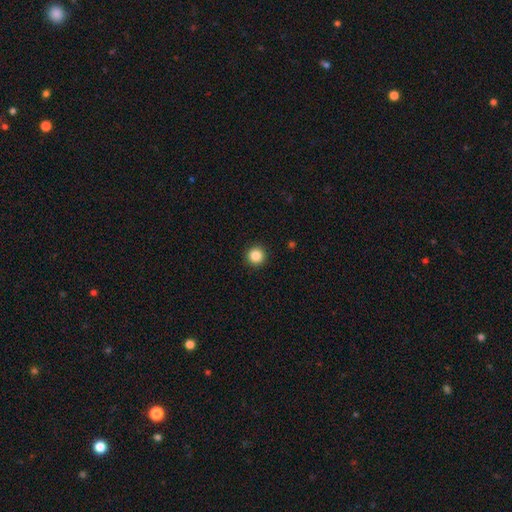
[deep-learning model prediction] A smooth galaxy with no disk features (86%) that is round (96%). Merging: none (93%).